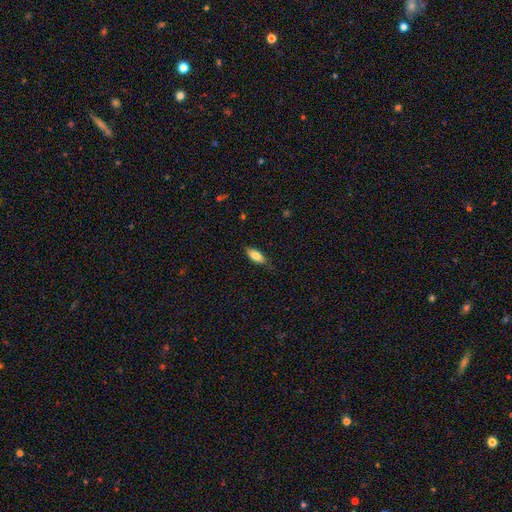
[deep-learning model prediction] smooth 80%, featured or disk 13%, star or artifact 7%. Down the decision tree: how rounded — in between (81%); merging — none (80%).